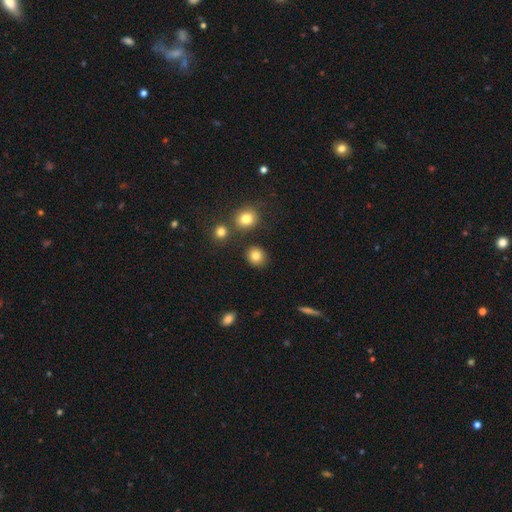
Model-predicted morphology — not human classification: The model was most divided on "how rounded": round: 83%, in between: 16%, cigar-shaped: 1%. More confident: merging — none (86%); smooth or featured — smooth (82%).